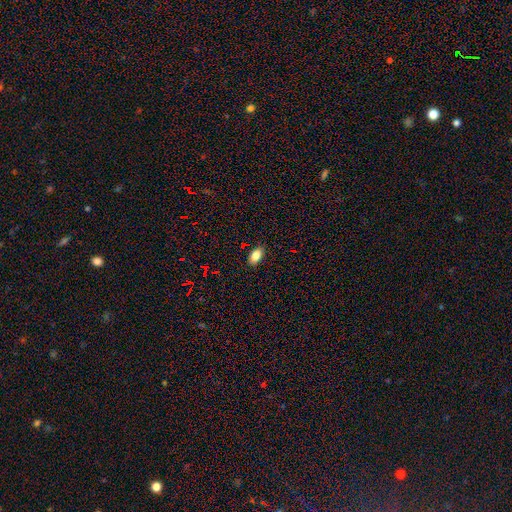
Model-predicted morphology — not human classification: smooth-or-featured: smooth: 83% | star or artifact: 9% | featured or disk: 8%
  how-rounded: in between: 91% | round: 6% | cigar-shaped: 3%
  merging: none: 87% | minor disturbance: 9% | major disturbance: 2% | merger: 1%